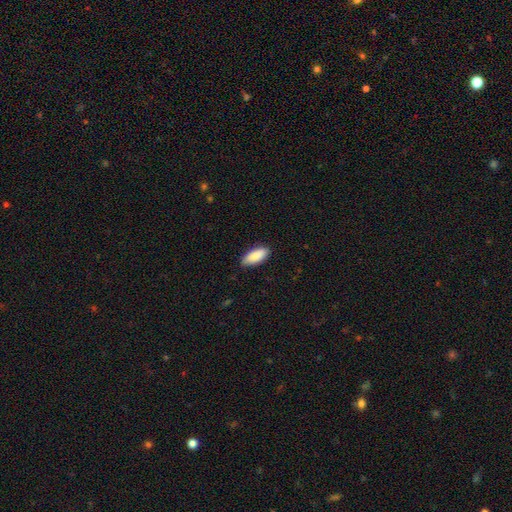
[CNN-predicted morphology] A smooth galaxy with no disk features (89%) that is in between round and cigar-shaped (86%).

Vote fractions:
- Smooth or featured? smooth: 89% / star or artifact: 6% / featured or disk: 5%
- How rounded? in between: 86% / cigar-shaped: 12% / round: 2%
- Merging? none: 80% / minor disturbance: 16% / major disturbance: 2% / merger: 1%